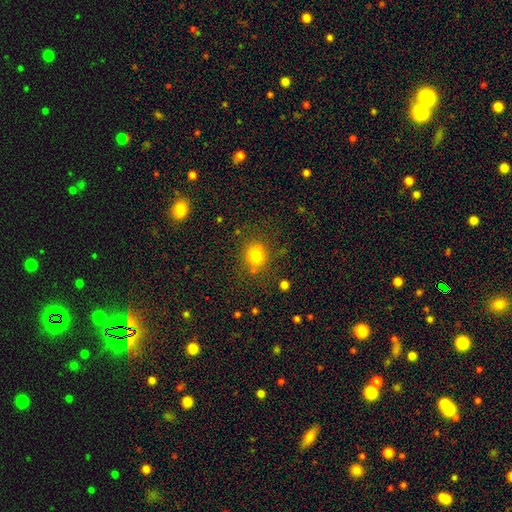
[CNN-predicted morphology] Overall: smooth (77%). How rounded: round (76%). Merging: none (71%).